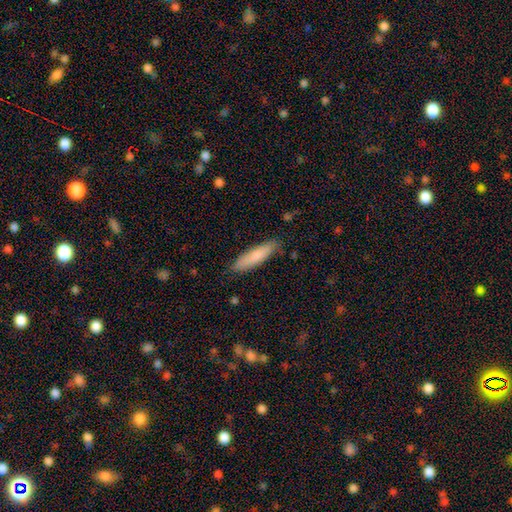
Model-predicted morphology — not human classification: Overall: smooth (79%). How rounded: cigar-shaped (75%). Merging: none (85%).